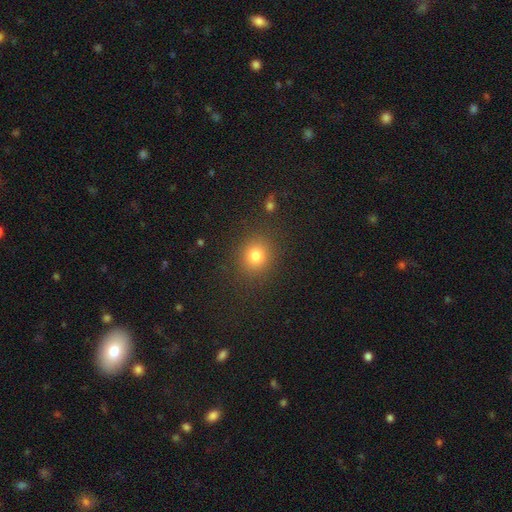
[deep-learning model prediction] smooth 80%, star or artifact 14%, featured or disk 6%. Down the decision tree: how rounded — round (81%); merging — none (86%).